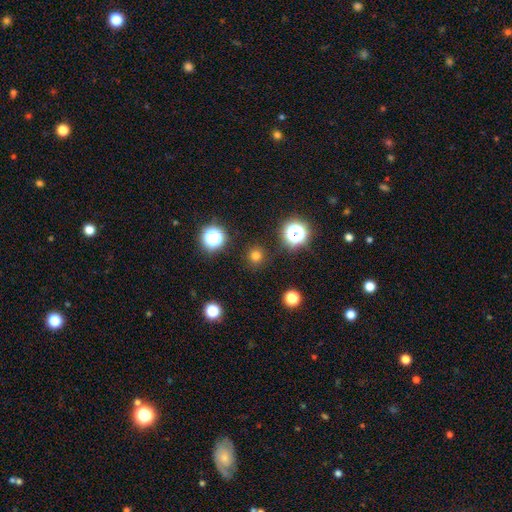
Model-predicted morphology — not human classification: smooth 73%, star or artifact 22%, featured or disk 5%. Down the decision tree: how rounded — round (94%); merging — none (90%).